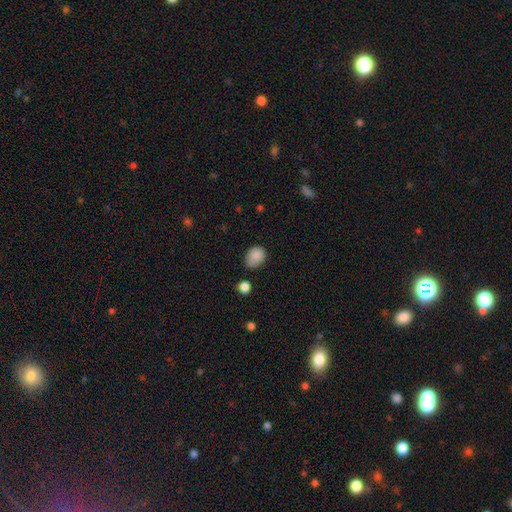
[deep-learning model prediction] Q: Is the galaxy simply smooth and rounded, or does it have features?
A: smooth — 86%.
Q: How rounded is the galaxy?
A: in between — 55%.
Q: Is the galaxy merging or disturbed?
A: none — 61%.